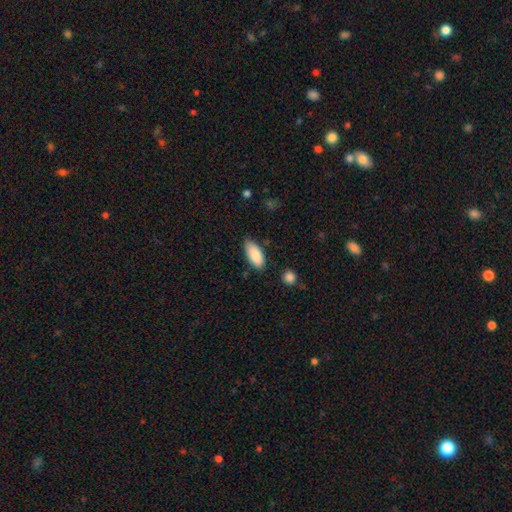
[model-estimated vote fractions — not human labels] smooth 87%, featured or disk 7%, star or artifact 6%. Down the decision tree: how rounded — in between (86%); merging — none (73%).